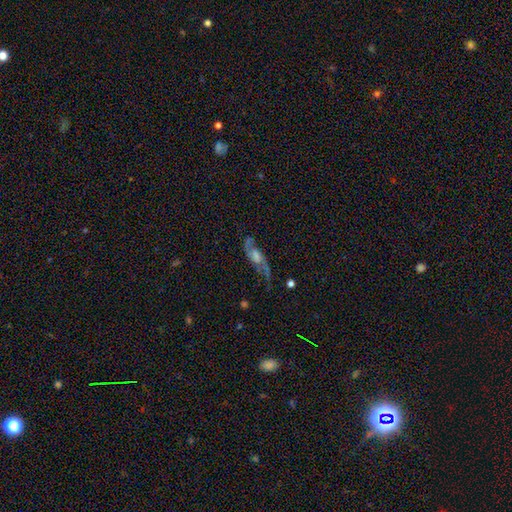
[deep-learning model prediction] Smooth or featured? Predicted: featured or disk (p=0.78). Edge-on disk? Predicted: no (p=0.84). Bar? Predicted: no (p=0.53). Spiral arms? Predicted: yes (p=0.93). Spiral winding? Predicted: loose (p=0.52). Spiral arm count? Predicted: 2 (p=0.88). Bulge size? Predicted: moderate (p=0.43). Merging? Predicted: none (p=0.63).